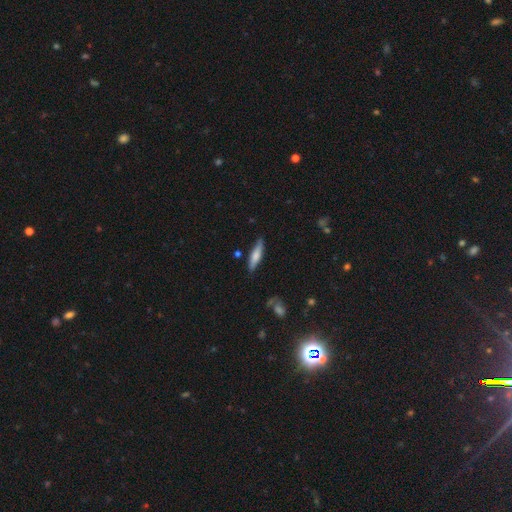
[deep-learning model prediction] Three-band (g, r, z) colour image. It shows a smooth galaxy with no disk features (66%) that is cigar-shaped (74%). Merging: none (81%).